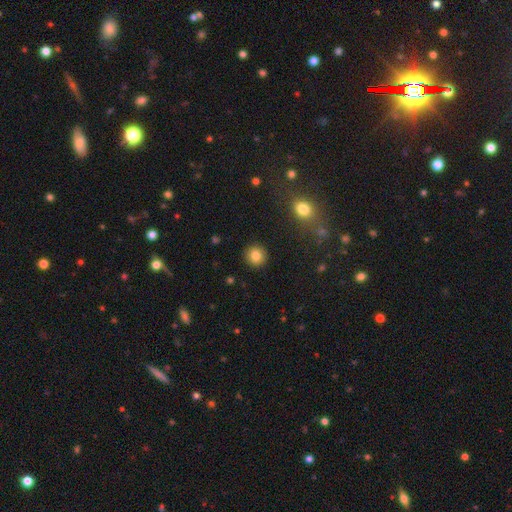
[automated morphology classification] Smooth or featured? Predicted: smooth (p=0.84). How rounded? Predicted: round (p=0.91). Merging? Predicted: none (p=0.92).